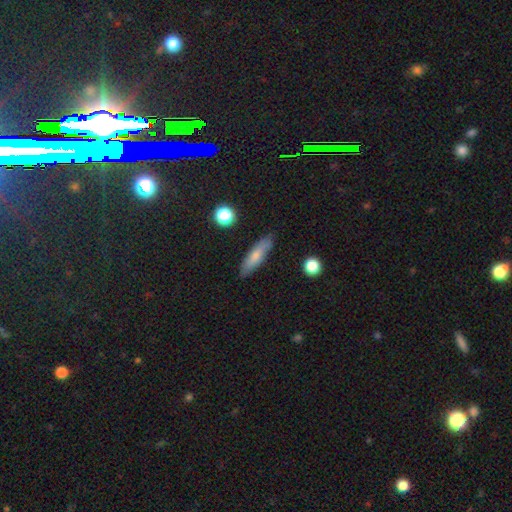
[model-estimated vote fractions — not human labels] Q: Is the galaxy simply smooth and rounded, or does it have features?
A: smooth — 70%.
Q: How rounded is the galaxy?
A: cigar-shaped — 70%.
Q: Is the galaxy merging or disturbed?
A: none — 83%.